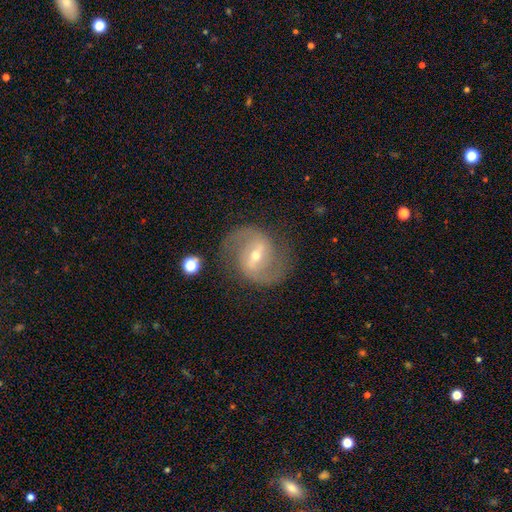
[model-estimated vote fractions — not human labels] This appears to be a featured or disk galaxy (89%) with a weak bar (44%), 2 (92%) medium (57%) spiral arms (96%) and a small central bulge (54%). Merging: none (80%).